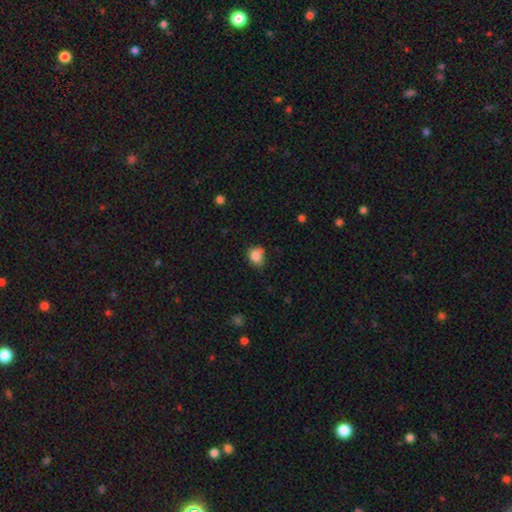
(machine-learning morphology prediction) Overall: smooth (81%). How rounded: round (50%; in between 49%). Merging: none (54%; minor disturbance 25%).